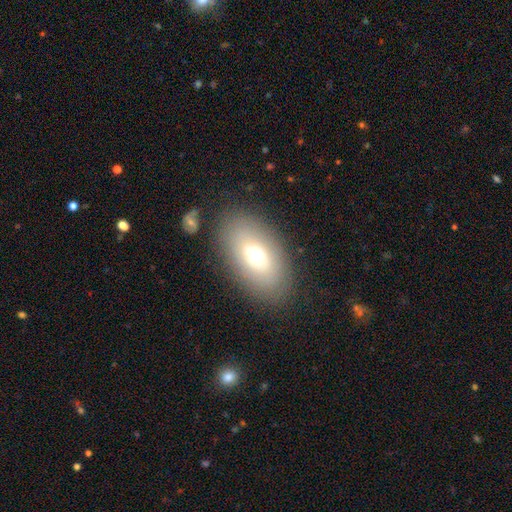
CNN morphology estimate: Smooth or featured? Predicted: smooth (p=0.64). How rounded? Predicted: in between (p=0.90). Merging? Predicted: none (p=0.83).